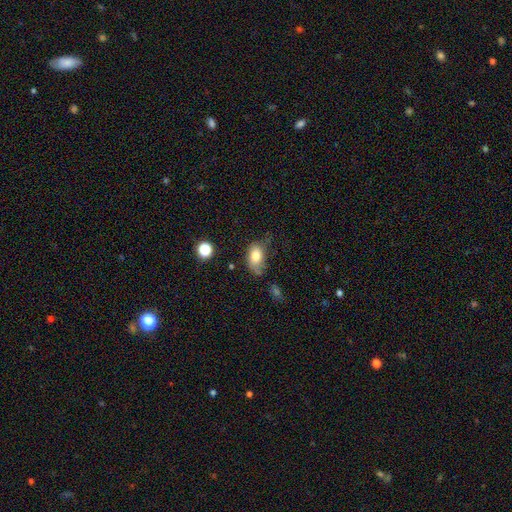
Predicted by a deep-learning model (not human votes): A smooth galaxy with no disk features (78%) that is in between round and cigar-shaped (85%).

Vote fractions:
- Smooth or featured? smooth: 78% / featured or disk: 12% / star or artifact: 9%
- How rounded? in between: 85% / round: 14% / cigar-shaped: 2%
- Merging? none: 44% / minor disturbance: 34% / major disturbance: 16% / merger: 5%